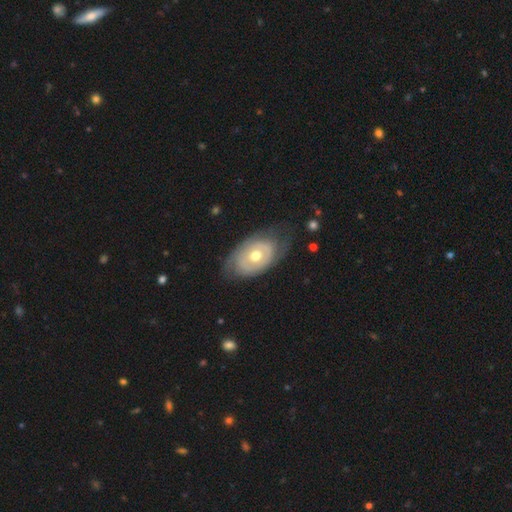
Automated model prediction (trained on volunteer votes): smooth-or-featured: featured or disk: 64% | smooth: 30% | star or artifact: 5%
  disk-edge-on: no: 93% | yes: 7%
    bar: no: 84% | weak: 12% | strong: 3%
    has-spiral-arms: no: 52% | yes: 48%
    bulge-size: moderate: 74% | small: 19% | large: 5% | dominant: 1% | none: 1%
  merging: none: 65% | minor disturbance: 23% | major disturbance: 11% | merger: 1%